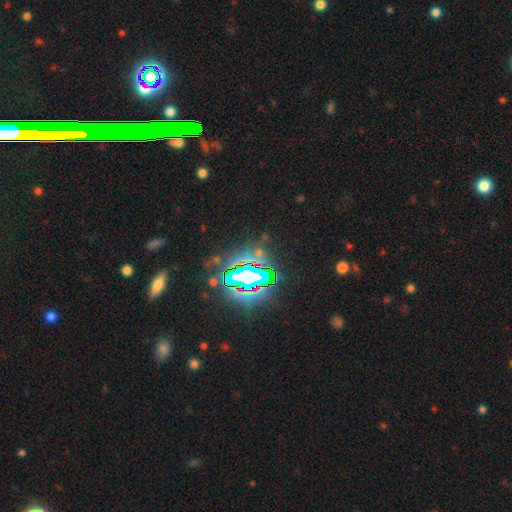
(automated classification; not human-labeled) Q: Smooth or featured?
A: star or artifact (77%); runner-up: smooth (12%)